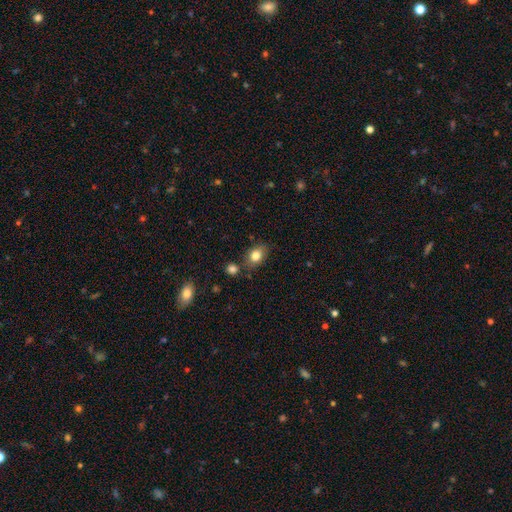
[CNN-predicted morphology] Smooth or featured?
  - smooth: 82% *
  - star or artifact: 9%
  - featured or disk: 9%
How rounded?
  - in between: 70% *
  - round: 28%
  - cigar-shaped: 2%
Merging?
  - none: 75% *
  - minor disturbance: 15%
  - merger: 6%
  - major disturbance: 4%